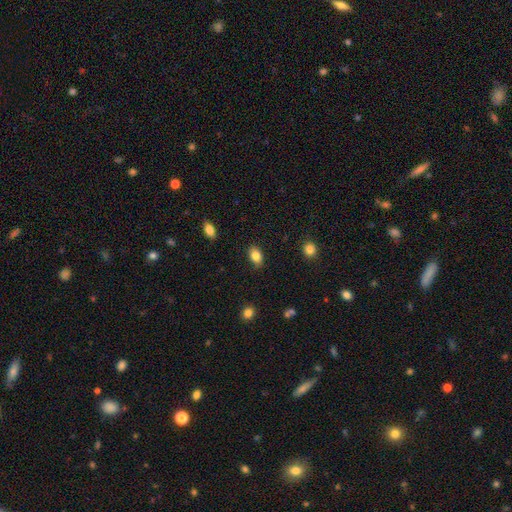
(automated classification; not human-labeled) Overall: smooth (84%). How rounded: in between (84%). Merging: none (84%).